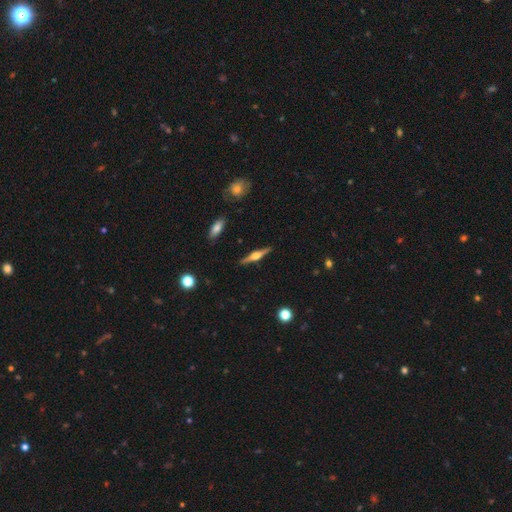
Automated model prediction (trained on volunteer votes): Smooth or featured? Predicted: featured or disk (p=0.74). Edge-on disk? Predicted: yes (p=0.98). Edge-on bulge? Predicted: rounded (p=0.90). Merging? Predicted: none (p=0.90).